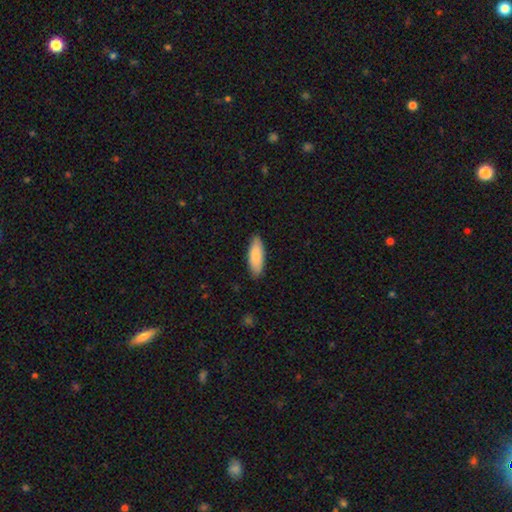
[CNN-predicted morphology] A smooth galaxy with no disk features (88%) that is in between round and cigar-shaped (67%). Merging: none (86%).